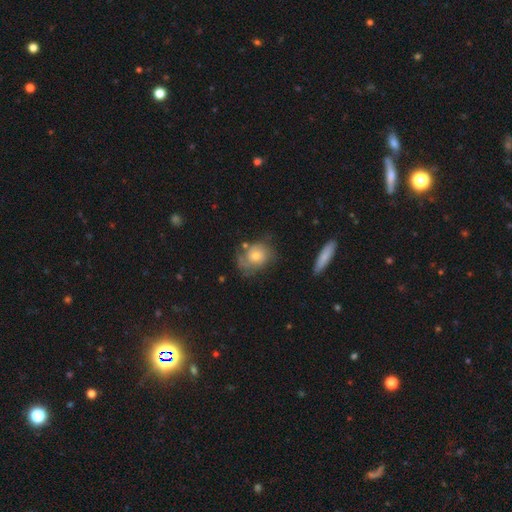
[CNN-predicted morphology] This appears to be a featured or disk galaxy (63%) with no bar (80%), tight (51%) spiral arms (85%) and a moderate central bulge (54%). Merging: none (58%).